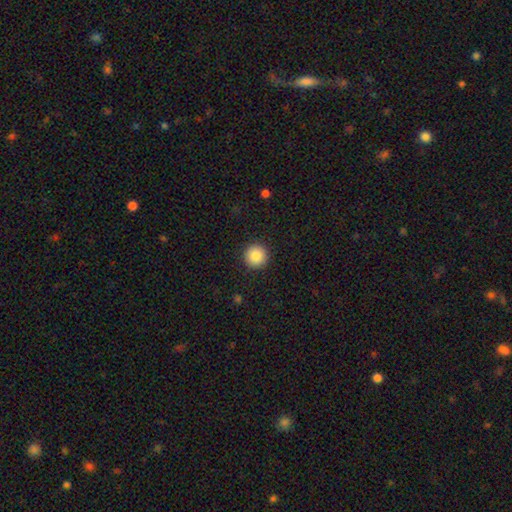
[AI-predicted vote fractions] smooth 86%, star or artifact 9%, featured or disk 5%. Down the decision tree: how rounded — round (96%); merging — none (92%).